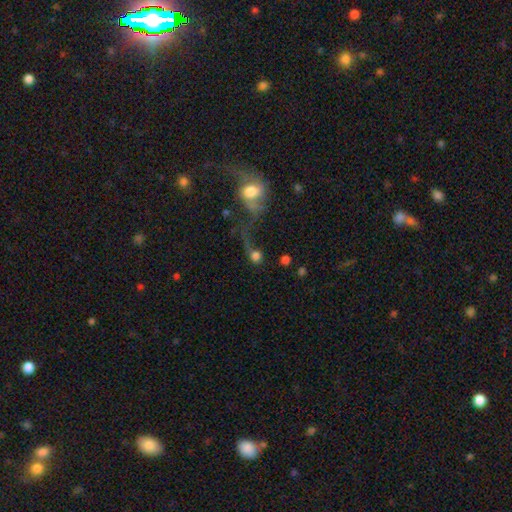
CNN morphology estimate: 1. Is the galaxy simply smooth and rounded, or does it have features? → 71% smooth, 15% featured or disk, 14% star or artifact.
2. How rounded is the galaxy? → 83% round, 15% in between, 2% cigar-shaped.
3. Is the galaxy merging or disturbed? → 32% merger, 30% none, 27% major disturbance, 11% minor disturbance.